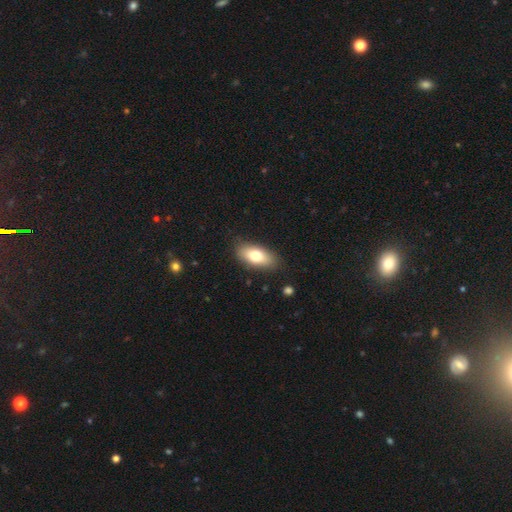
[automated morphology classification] This is likely a smooth galaxy (75%). How rounded: clearly in between (86%). Merging: clearly none (84%).